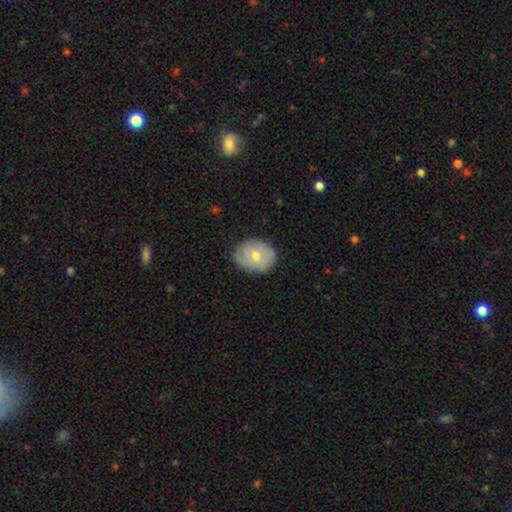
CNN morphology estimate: Smooth or featured?
  - smooth: 59% *
  - featured or disk: 33%
  - star or artifact: 7%
How rounded?
  - in between: 52% *
  - round: 47%
  - cigar-shaped: 1%
Merging?
  - none: 80% *
  - minor disturbance: 16%
  - major disturbance: 3%
  - merger: 1%